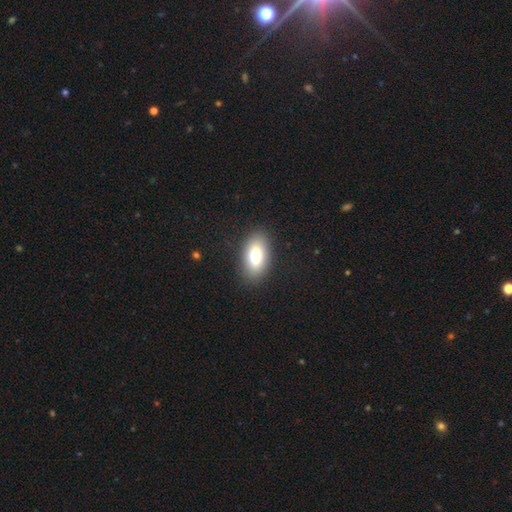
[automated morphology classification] This is likely a smooth galaxy (77%). How rounded: clearly in between (91%). Merging: clearly none (88%).